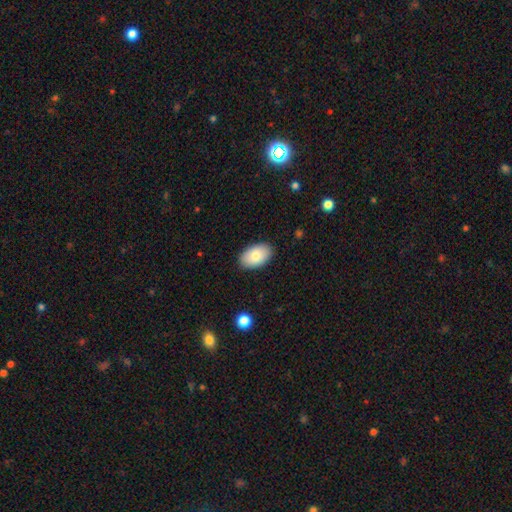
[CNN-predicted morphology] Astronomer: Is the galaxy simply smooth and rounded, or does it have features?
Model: smooth — 82%.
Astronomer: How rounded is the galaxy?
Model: in between — 94%.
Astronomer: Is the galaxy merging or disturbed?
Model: none — 87%.